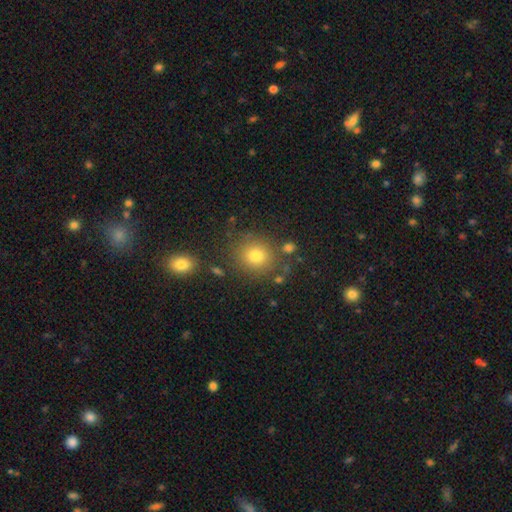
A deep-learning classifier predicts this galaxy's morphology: A smooth galaxy with no disk features (77%) that is round (83%). Merging: none (80%).